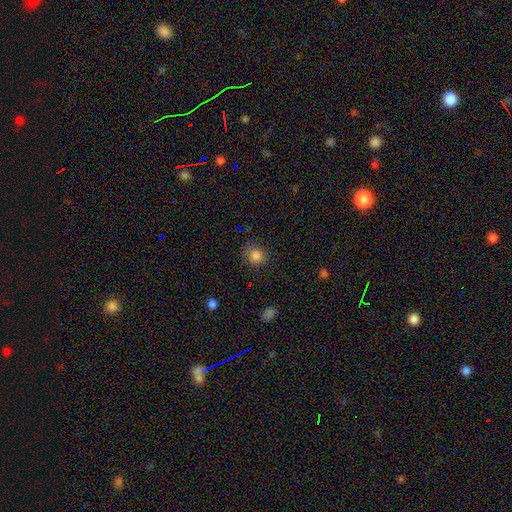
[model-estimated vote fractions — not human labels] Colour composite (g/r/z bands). It shows a smooth galaxy with no disk features (84%) that is round (81%). Merging: none (81%).